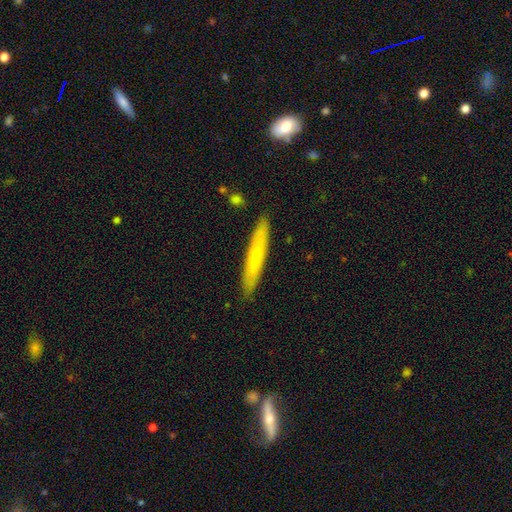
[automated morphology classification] smooth 60%, featured or disk 35%, star or artifact 6%. Down the decision tree: how rounded — cigar-shaped (94%); merging — none (89%).